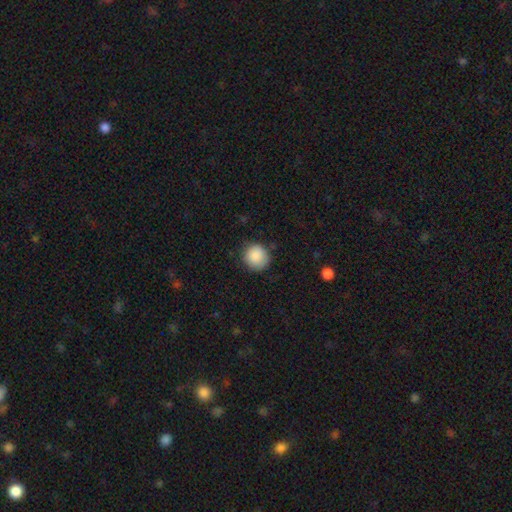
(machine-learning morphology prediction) Smooth or featured?
  - smooth: 89% *
  - star or artifact: 8%
  - featured or disk: 4%
How rounded?
  - round: 92% *
  - in between: 7%
  - cigar-shaped: 1%
Merging?
  - none: 82% *
  - minor disturbance: 13%
  - major disturbance: 3%
  - merger: 1%